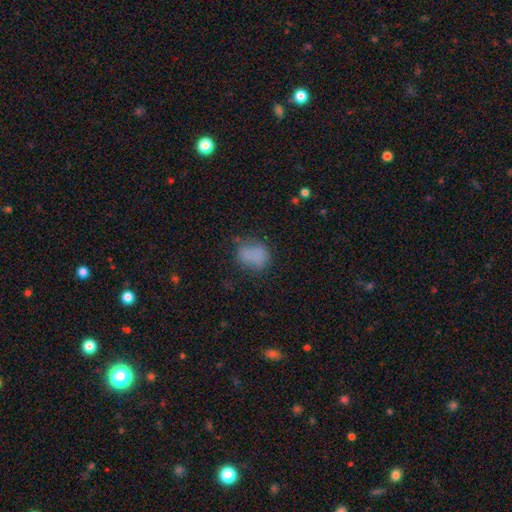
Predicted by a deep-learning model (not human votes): Smooth or featured? smooth (78%)
How rounded? in between (55%)
Merging? none (59%)